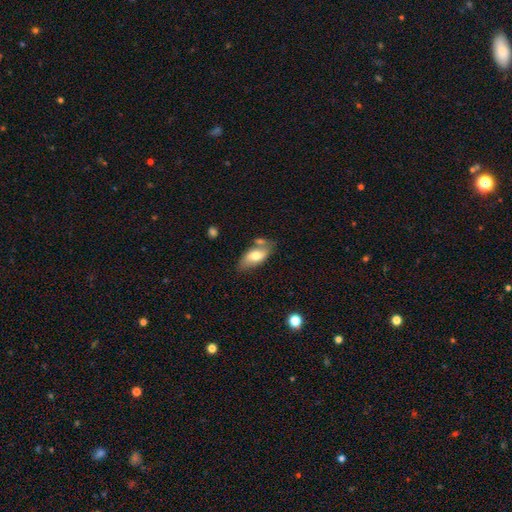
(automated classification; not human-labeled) Smooth or featured? Predicted: smooth (p=0.66). How rounded? Predicted: in between (p=0.88). Merging? Predicted: none (p=0.58).